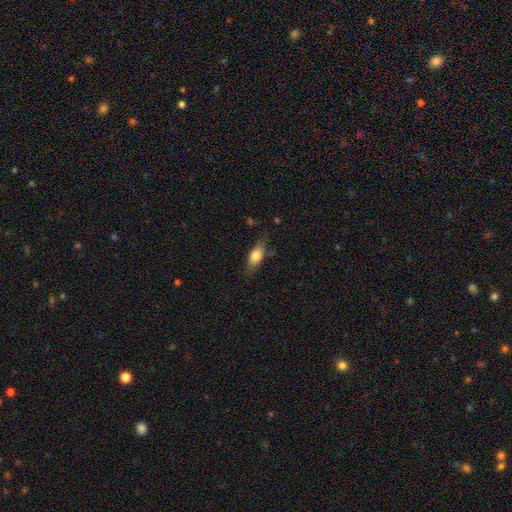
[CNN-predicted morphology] smooth_or_featured: smooth (p=0.69) [alt: featured or disk p=0.24]
how_rounded: in between (p=0.73) [alt: cigar-shaped p=0.23]
merging: none (p=0.70) [alt: minor disturbance p=0.22]